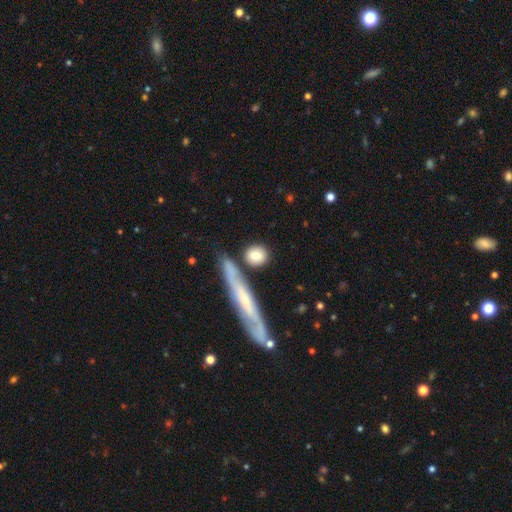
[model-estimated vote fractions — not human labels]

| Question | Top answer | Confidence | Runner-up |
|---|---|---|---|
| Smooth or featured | smooth | 77% | featured or disk (17%) |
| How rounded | round | 60% | in between (26%) |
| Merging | none | 73% | minor disturbance (12%) |